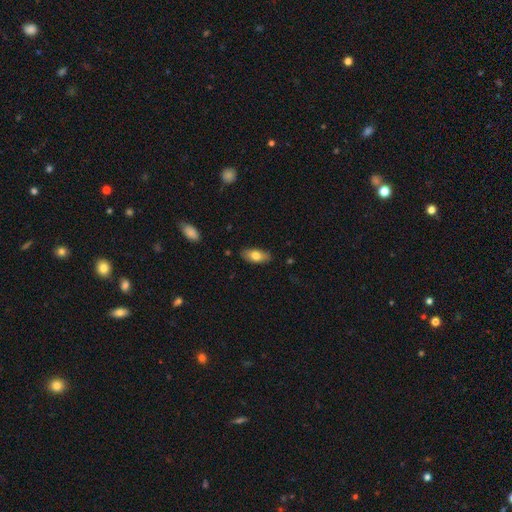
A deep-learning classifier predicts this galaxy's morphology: Smooth or featured?
  - smooth: 75% *
  - featured or disk: 18%
  - star or artifact: 7%
How rounded?
  - in between: 90% *
  - cigar-shaped: 7%
  - round: 3%
Merging?
  - none: 85% *
  - minor disturbance: 12%
  - major disturbance: 2%
  - merger: 1%